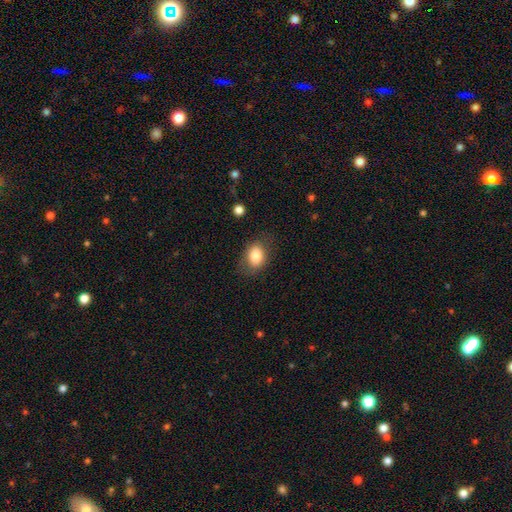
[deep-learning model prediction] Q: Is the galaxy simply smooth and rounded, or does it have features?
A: smooth — 81%.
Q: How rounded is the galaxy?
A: in between — 69%.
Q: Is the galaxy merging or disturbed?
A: none — 73%.